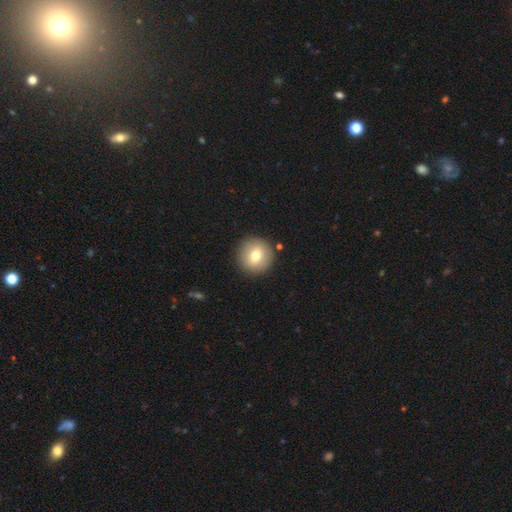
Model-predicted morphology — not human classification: smooth 75%, featured or disk 16%, star or artifact 9%. Down the decision tree: how rounded — round (95%); merging — none (90%).